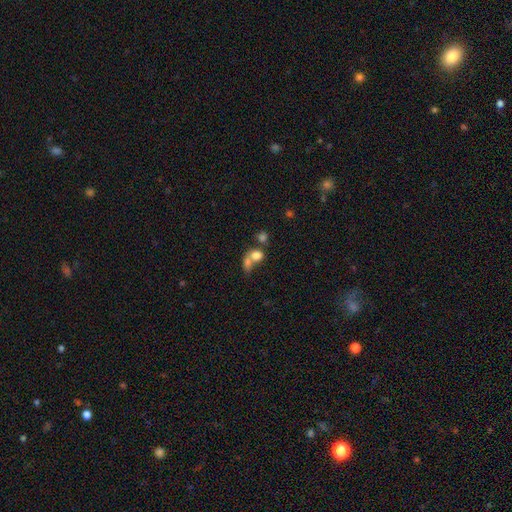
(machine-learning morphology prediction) Overall: smooth (75%). How rounded: round (55%; in between 43%). Merging: merger (61%; none 24%).